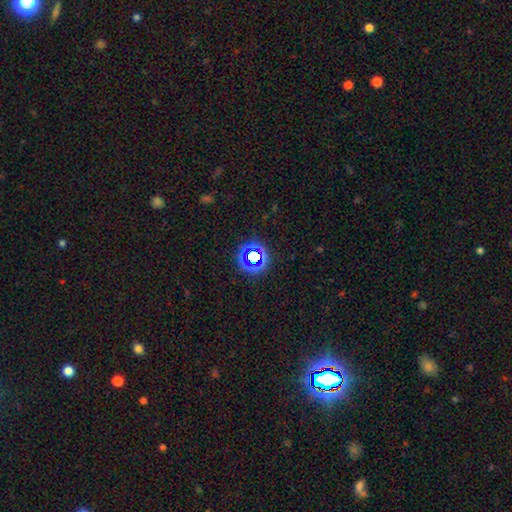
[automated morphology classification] Smooth or featured: star or artifact — 67% (smooth — 23%)